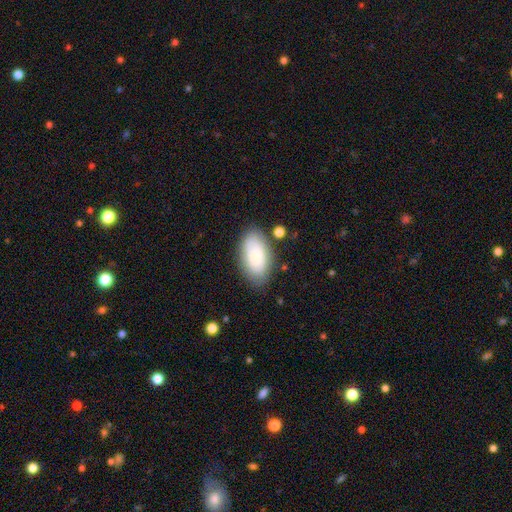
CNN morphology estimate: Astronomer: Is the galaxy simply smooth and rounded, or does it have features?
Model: smooth — 78%.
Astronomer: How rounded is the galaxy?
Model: in between — 94%.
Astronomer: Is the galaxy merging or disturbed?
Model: none — 75%.